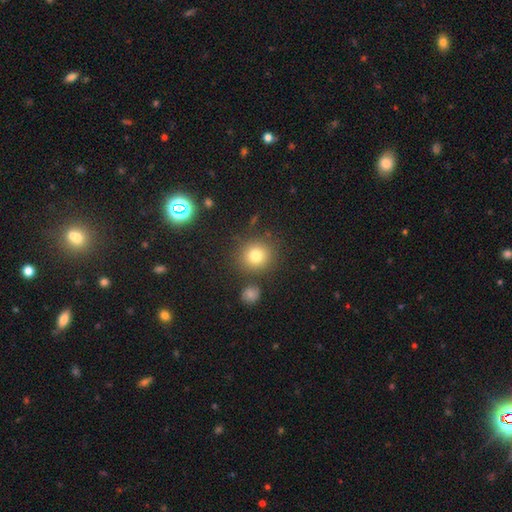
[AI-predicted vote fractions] smooth-or-featured: smooth: 78% | star or artifact: 13% | featured or disk: 9%
  how-rounded: round: 88% | in between: 11% | cigar-shaped: 1%
  merging: none: 83% | minor disturbance: 9% | merger: 5% | major disturbance: 4%